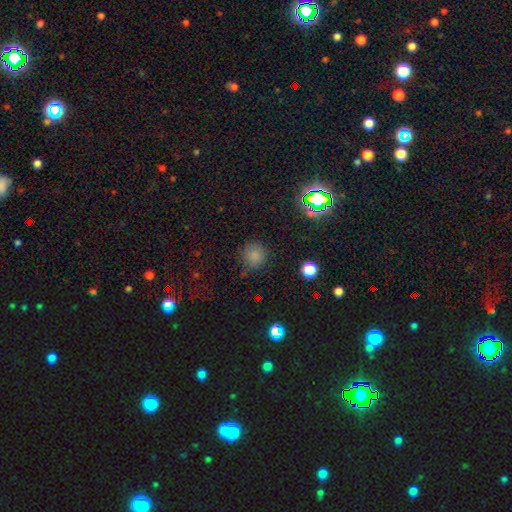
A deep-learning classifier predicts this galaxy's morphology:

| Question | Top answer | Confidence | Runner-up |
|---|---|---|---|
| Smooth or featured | smooth | 74% | star or artifact (21%) |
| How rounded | round | 92% | in between (7%) |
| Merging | none | 78% | minor disturbance (15%) |